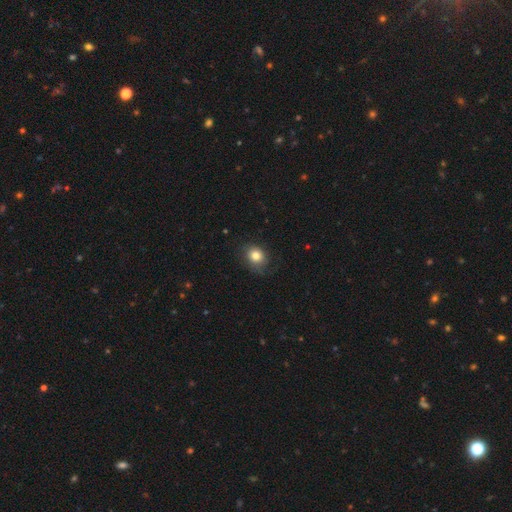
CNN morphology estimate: This is clearly a smooth galaxy (81%). How rounded: likely round (61%). Merging: likely none (73%).